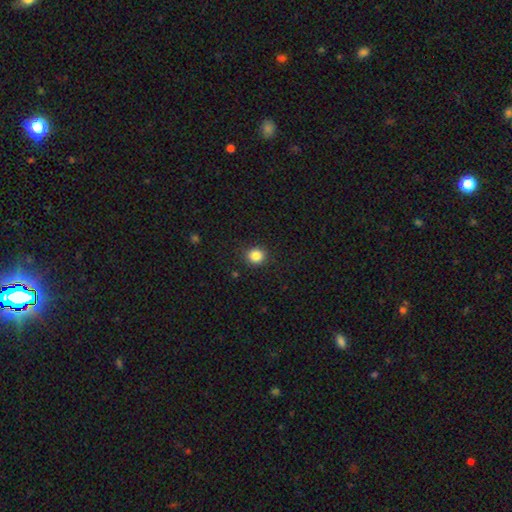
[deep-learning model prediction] This appears to be a smooth galaxy with no disk features (84%) that is round (88%). Merging: none (91%).